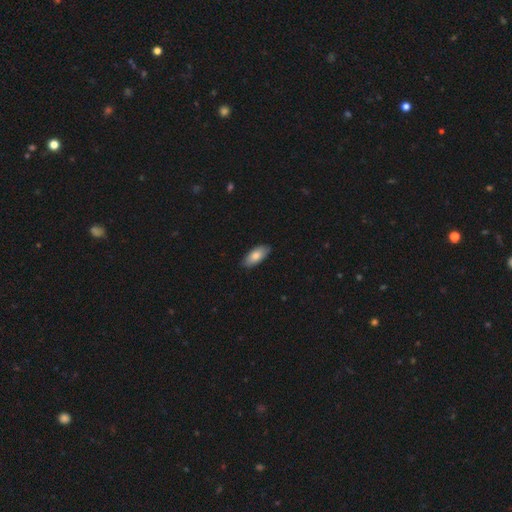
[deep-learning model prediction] A smooth galaxy with no disk features (81%) that is in between round and cigar-shaped (89%).

Vote fractions:
- Smooth or featured? smooth: 81% / featured or disk: 14% / star or artifact: 6%
- How rounded? in between: 89% / cigar-shaped: 9% / round: 2%
- Merging? none: 87% / minor disturbance: 10% / major disturbance: 2% / merger: 1%